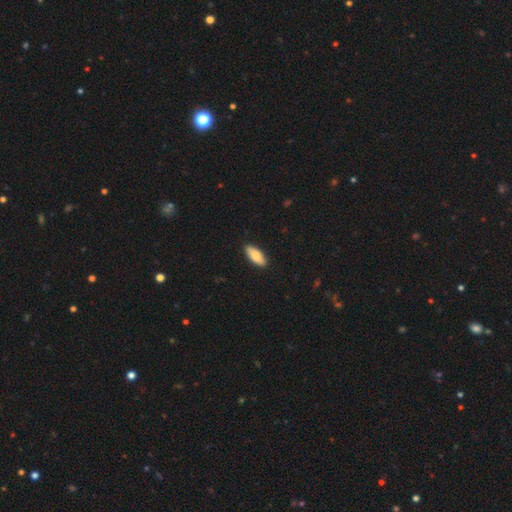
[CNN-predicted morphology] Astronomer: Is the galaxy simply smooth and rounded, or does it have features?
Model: smooth — 79%.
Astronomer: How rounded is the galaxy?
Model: in between — 80%.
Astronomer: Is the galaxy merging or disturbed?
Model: none — 90%.